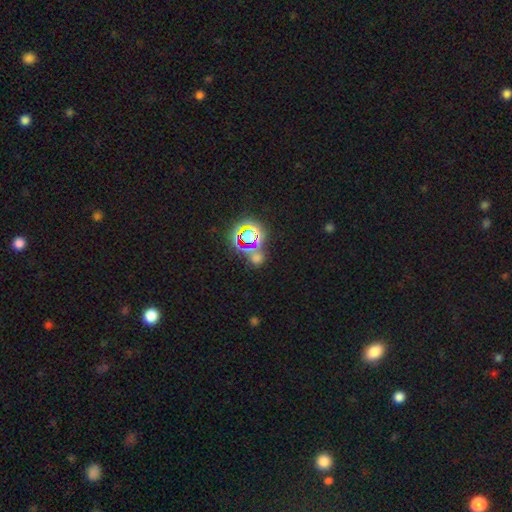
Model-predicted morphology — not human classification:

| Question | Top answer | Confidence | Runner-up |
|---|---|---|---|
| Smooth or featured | star or artifact | 66% | smooth (25%) |